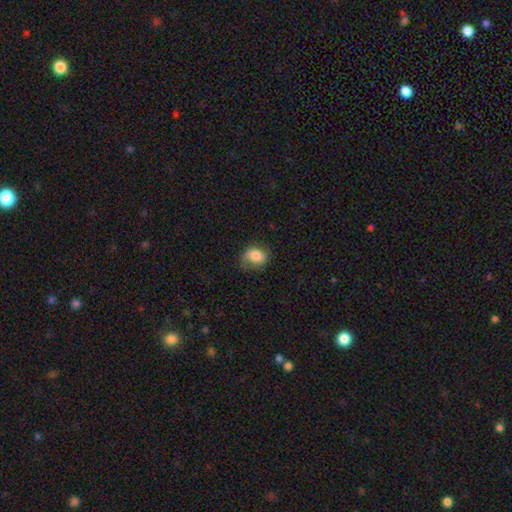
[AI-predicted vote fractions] Q: Smooth or featured?
A: smooth (79%); runner-up: featured or disk (13%)
Q: How rounded?
A: in between (59%); runner-up: round (40%)
Q: Merging?
A: none (68%); runner-up: minor disturbance (23%)